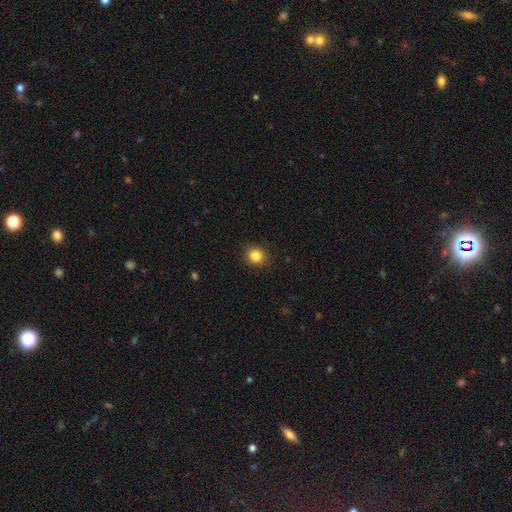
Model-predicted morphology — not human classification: This is clearly a smooth galaxy (84%). How rounded: clearly round (85%). Merging: clearly none (91%).